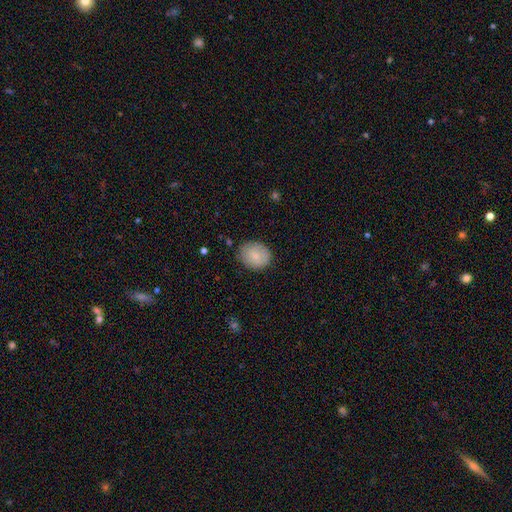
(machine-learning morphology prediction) A smooth galaxy with no disk features (79%) that is round (59%). Merging: none (80%).